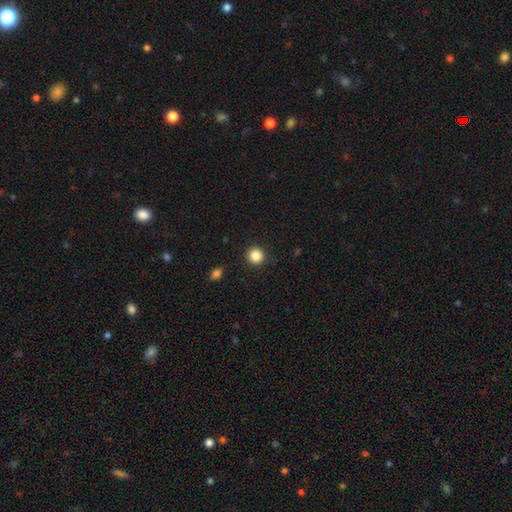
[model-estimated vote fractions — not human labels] Smooth or featured: smooth — 86% (star or artifact — 11%)
How rounded: round — 94% (in between — 5%)
Merging: none — 92% (minor disturbance — 5%)